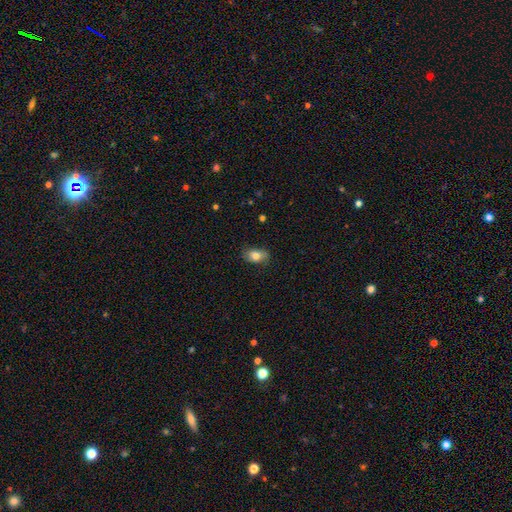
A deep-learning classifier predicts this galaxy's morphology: The model was most divided on "merging": none: 76%, minor disturbance: 19%, major disturbance: 4%, merger: 1%. More confident: how rounded — in between (86%); smooth or featured — smooth (80%).